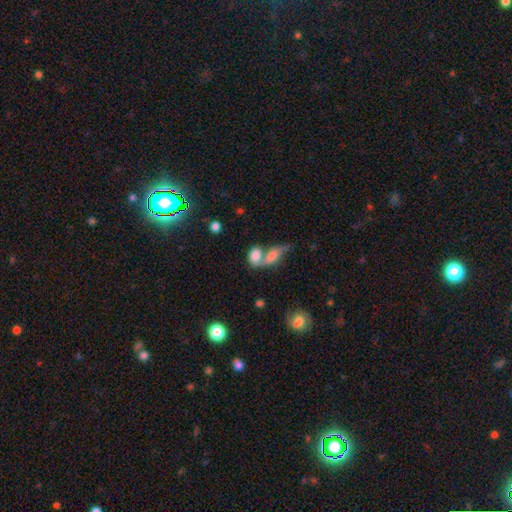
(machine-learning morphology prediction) Smooth or featured?
  - smooth: 75% *
  - featured or disk: 15%
  - star or artifact: 10%
How rounded?
  - in between: 75% *
  - round: 21%
  - cigar-shaped: 5%
Merging?
  - merger: 62% *
  - none: 24%
  - minor disturbance: 8%
  - major disturbance: 6%